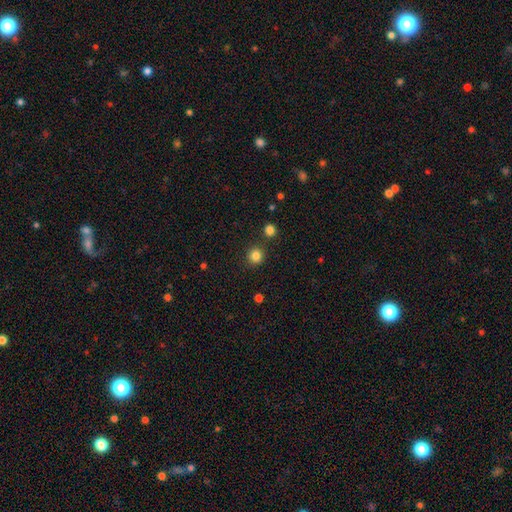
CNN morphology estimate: Smooth or featured? Predicted: smooth (p=0.83). How rounded? Predicted: round (p=0.91). Merging? Predicted: none (p=0.86).